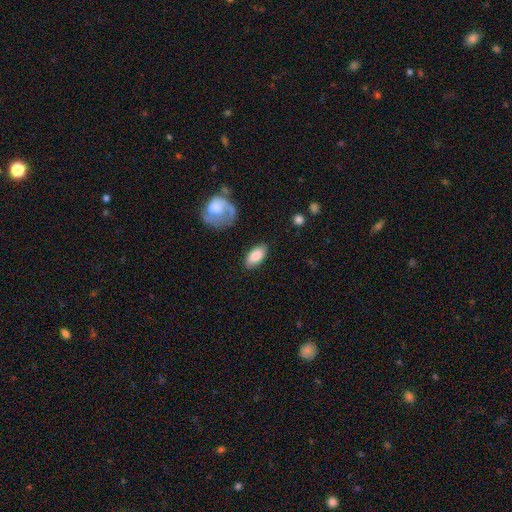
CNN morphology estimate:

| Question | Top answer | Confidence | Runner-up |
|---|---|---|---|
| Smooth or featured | smooth | 83% | featured or disk (11%) |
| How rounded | in between | 91% | cigar-shaped (6%) |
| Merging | none | 83% | minor disturbance (11%) |